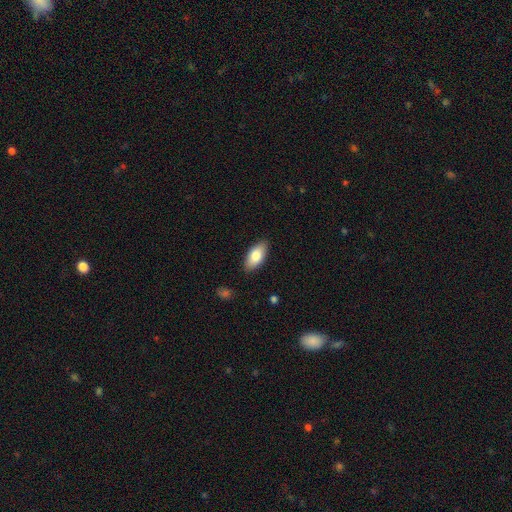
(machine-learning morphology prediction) The model was most divided on "smooth or featured": smooth: 82%, featured or disk: 12%, star or artifact: 6%. More confident: how rounded — in between (91%); merging — none (88%).